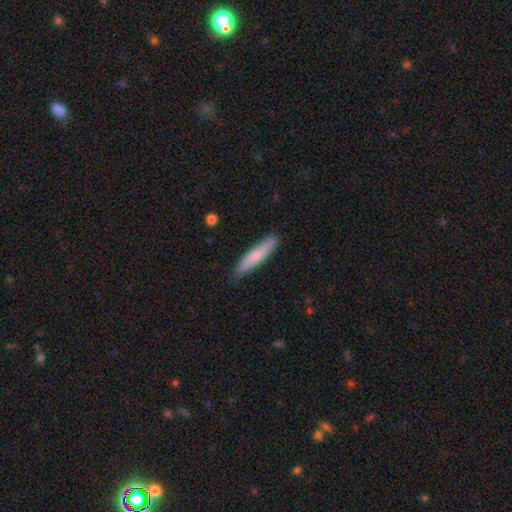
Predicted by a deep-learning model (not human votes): The model was most divided on "smooth or featured": smooth: 76%, featured or disk: 19%, star or artifact: 5%. More confident: how rounded — cigar-shaped (87%); merging — none (86%).